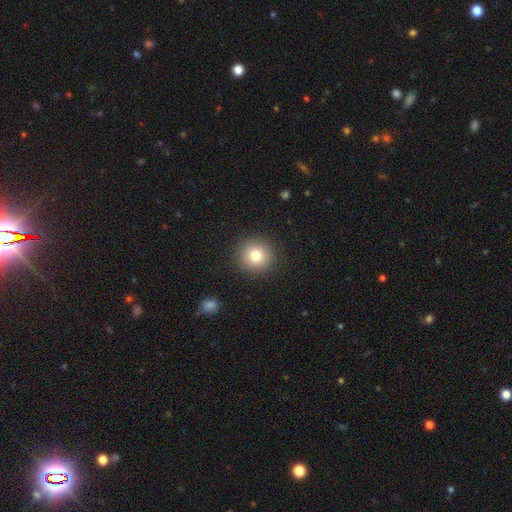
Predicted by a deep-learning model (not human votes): smooth 79%, star or artifact 12%, featured or disk 10%. Down the decision tree: how rounded — round (94%); merging — none (91%).